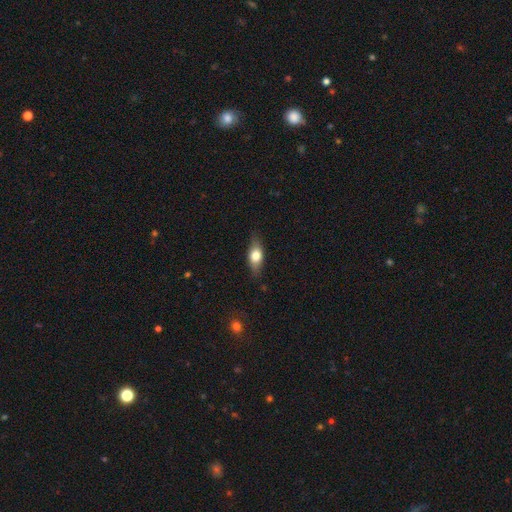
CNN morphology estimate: A smooth galaxy with no disk features (65%) that is in between round and cigar-shaped (75%). Merging: none (80%).